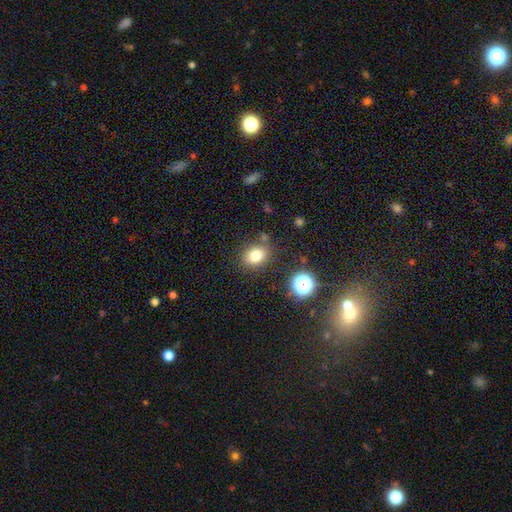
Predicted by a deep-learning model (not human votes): This appears to be a smooth galaxy with no disk features (79%) that is in between round and cigar-shaped (57%). Merging: none (79%).